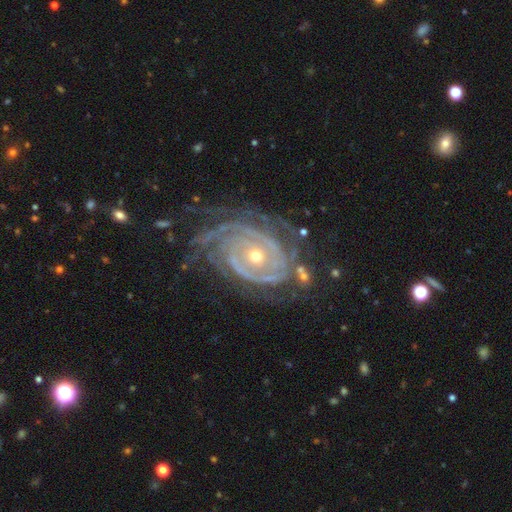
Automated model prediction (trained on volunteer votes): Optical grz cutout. It shows a featured or disk galaxy (91%) with no bar (73%), 3 (26%) tight (81%) spiral arms (98%) and a small central bulge (50%). Merging: none (62%).